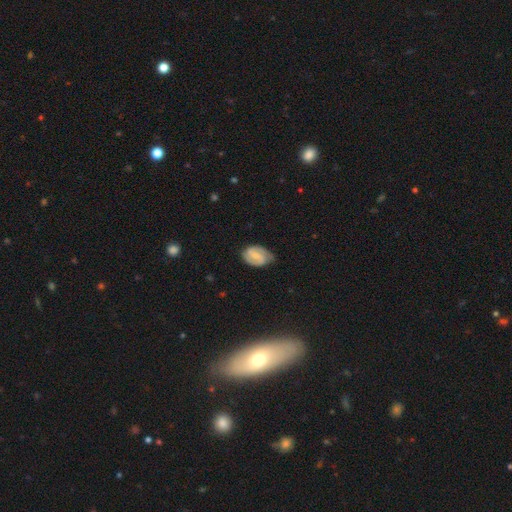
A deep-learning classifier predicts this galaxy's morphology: smooth-or-featured: featured or disk: 67% | smooth: 26% | star or artifact: 6%
  disk-edge-on: no: 97% | yes: 3%
    bar: weak: 52% | strong: 26% | no: 21%
    has-spiral-arms: yes: 90% | no: 10%
      spiral-winding: medium: 46% | tight: 35% | loose: 19%
      spiral-arm-count: 2: 85% | can't tell: 8% | 1: 3% | 3: 1% | 4: 1% | more than 4: 1%
    bulge-size: small: 54% | moderate: 27% | none: 17% | large: 2% | dominant: 1%
  merging: none: 71% | minor disturbance: 23% | major disturbance: 5% | merger: 1%